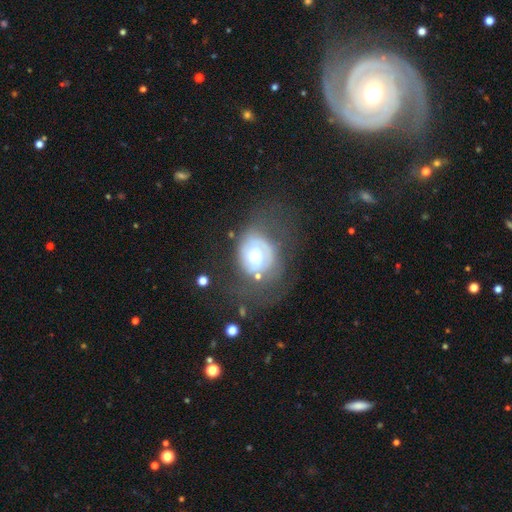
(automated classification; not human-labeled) Morphology: type=featured or disk (67%); edge-on=no (97%); bar=no (59%); spiral arms=yes (74%); bulge=moderate (51%); merging=none (42%).